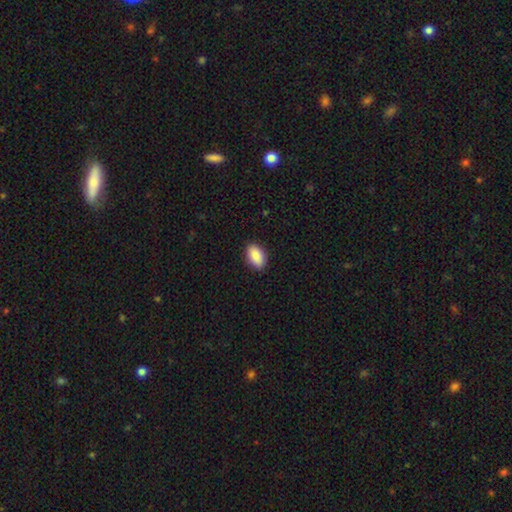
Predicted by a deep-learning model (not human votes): smooth 90%, star or artifact 7%, featured or disk 4%. Down the decision tree: how rounded — in between (91%); merging — none (89%).